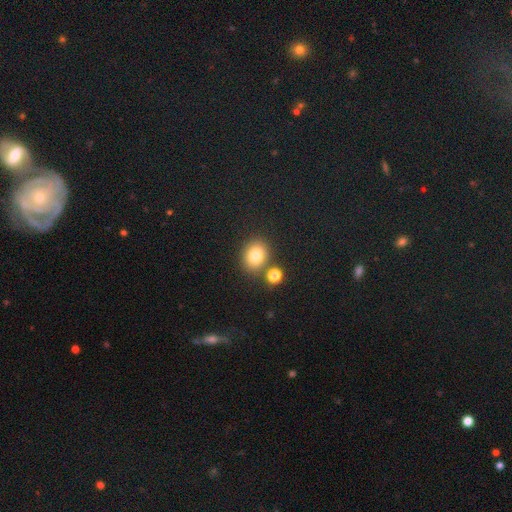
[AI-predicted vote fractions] Overall: smooth (79%). How rounded: round (63%; in between 36%). Merging: none (77%).